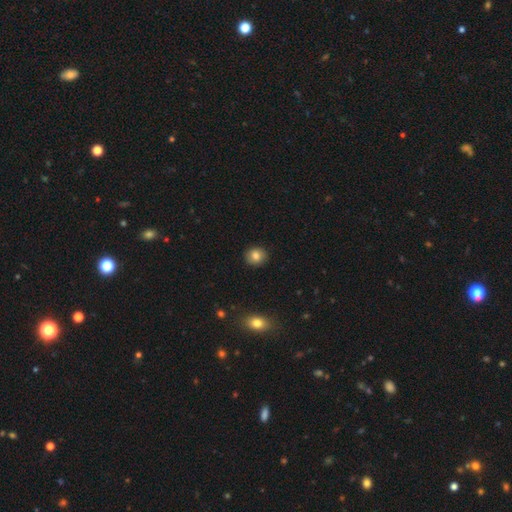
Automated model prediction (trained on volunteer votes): smooth-or-featured: smooth: 83% | star or artifact: 9% | featured or disk: 7%
  how-rounded: round: 82% | in between: 17% | cigar-shaped: 1%
  merging: none: 90% | minor disturbance: 7% | major disturbance: 2% | merger: 1%